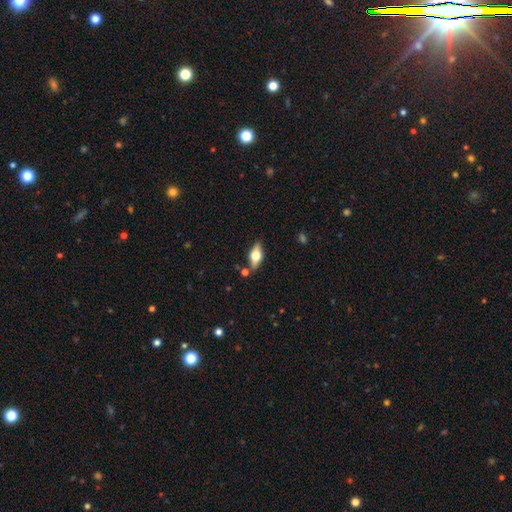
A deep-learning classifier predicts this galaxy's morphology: Smooth or featured?
  - featured or disk: 53% *
  - smooth: 39%
  - star or artifact: 7%
Edge-on disk?
  - yes: 88% *
  - no: 12%
Merging?
  - none: 78% *
  - minor disturbance: 14%
  - merger: 5%
  - major disturbance: 3%